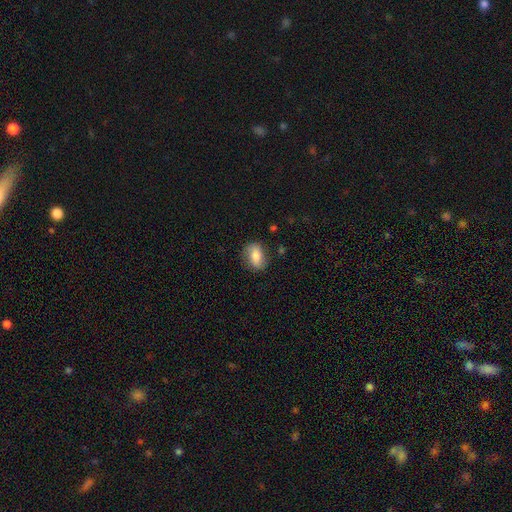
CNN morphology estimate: Smooth or featured: smooth — 73% (featured or disk — 20%)
How rounded: in between — 77% (round — 20%)
Merging: none — 78% (minor disturbance — 16%)